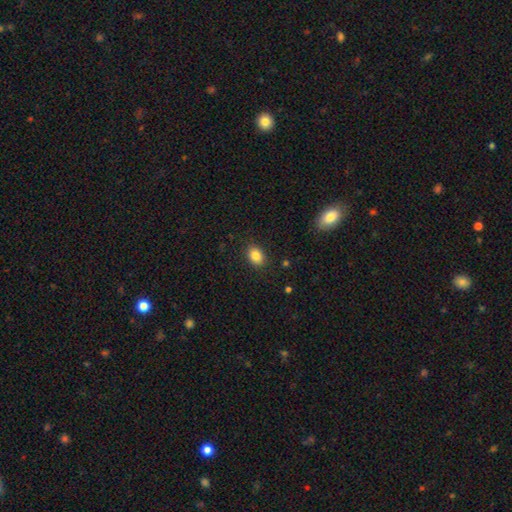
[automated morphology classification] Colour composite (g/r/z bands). It shows a smooth galaxy with no disk features (85%) that is in between round and cigar-shaped (73%). Merging: none (87%).